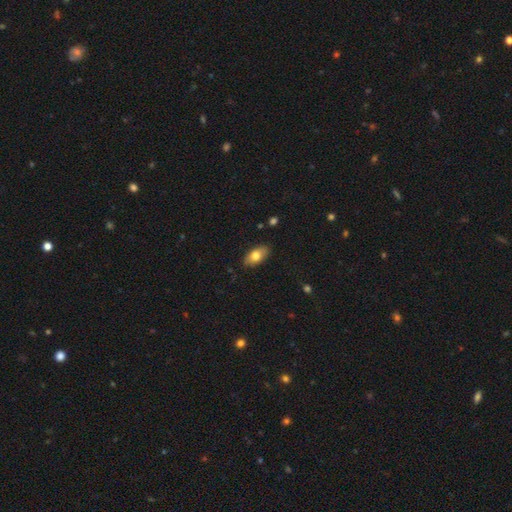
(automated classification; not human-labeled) Smooth or featured? Predicted: smooth (p=0.76). How rounded? Predicted: in between (p=0.91). Merging? Predicted: none (p=0.87).